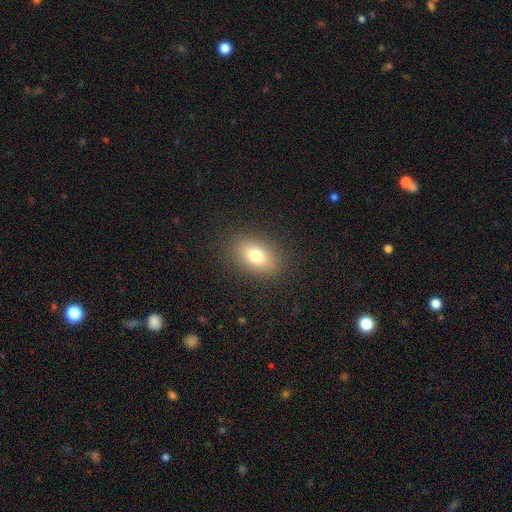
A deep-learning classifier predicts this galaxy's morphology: Smooth or featured? Predicted: smooth (p=0.76). How rounded? Predicted: in between (p=0.82). Merging? Predicted: none (p=0.87).